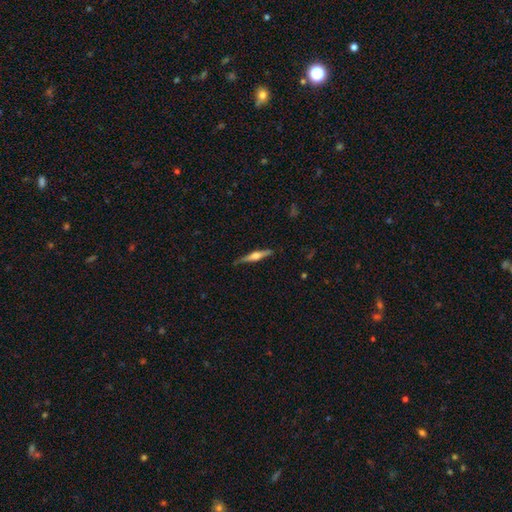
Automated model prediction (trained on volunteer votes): A featured or disk galaxy (71%) viewed edge-on (98%) with a rounded central bulge (89%). Merging: none (87%).